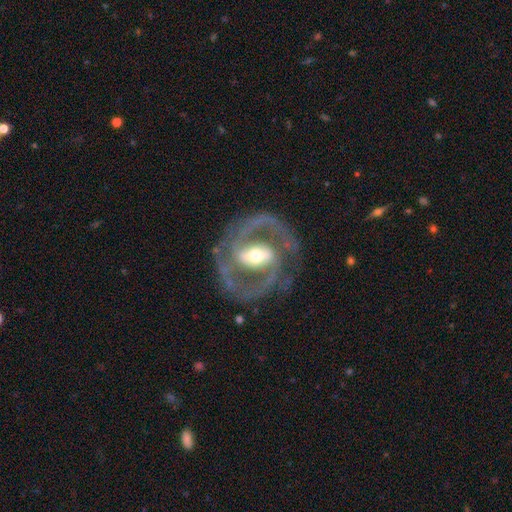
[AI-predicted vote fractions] This is clearly a featured or disk galaxy (91%). It is clearly not viewed edge-on (97%). Bar: possibly strong (59%). Spiral arm pattern: clearly yes (96%). Spiral arm count: clearly 2 (92%). Spiral winding: possibly medium (57%). Central bulge: likely moderate (62%). Merging: likely none (79%).